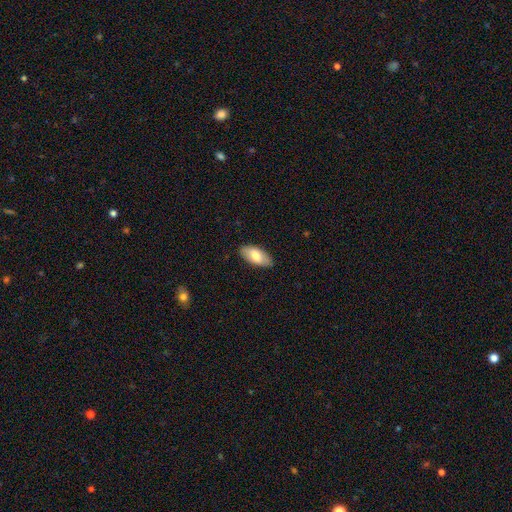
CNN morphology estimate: Overall: smooth (77%). How rounded: in between (92%). Merging: none (85%).